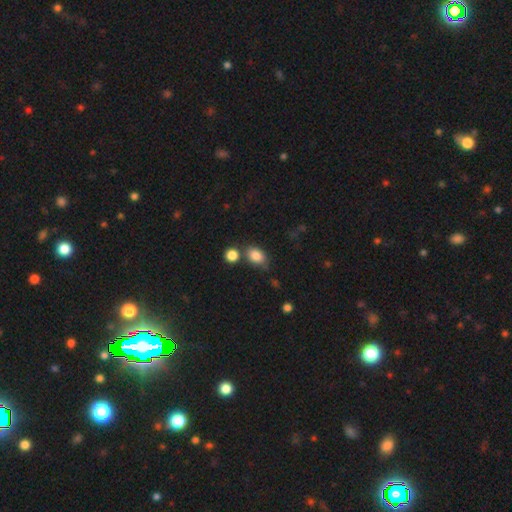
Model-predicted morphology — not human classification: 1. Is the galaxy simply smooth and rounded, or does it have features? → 84% smooth, 10% star or artifact, 6% featured or disk.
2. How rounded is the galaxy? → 73% in between, 26% round, 2% cigar-shaped.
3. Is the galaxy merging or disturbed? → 62% none, 17% minor disturbance, 16% merger, 5% major disturbance.